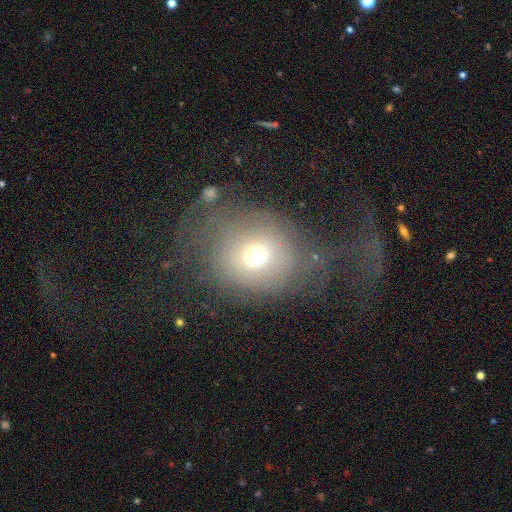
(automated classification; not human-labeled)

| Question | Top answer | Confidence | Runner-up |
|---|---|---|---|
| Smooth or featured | smooth | 61% | featured or disk (23%) |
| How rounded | round | 83% | in between (16%) |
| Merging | none | 49% | major disturbance (29%) |